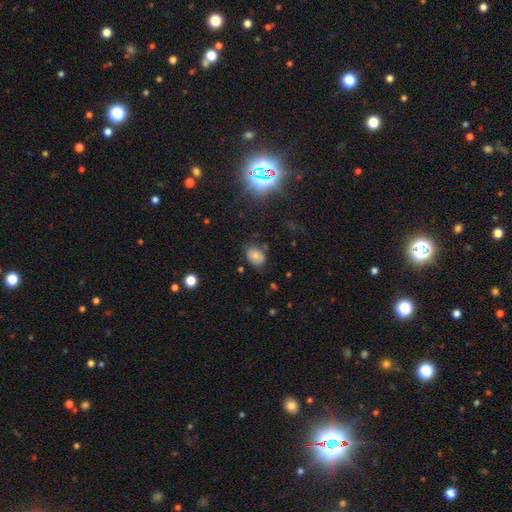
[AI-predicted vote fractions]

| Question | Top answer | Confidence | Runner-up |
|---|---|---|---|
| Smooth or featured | smooth | 70% | star or artifact (18%) |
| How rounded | in between | 68% | round (31%) |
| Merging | none | 74% | minor disturbance (19%) |